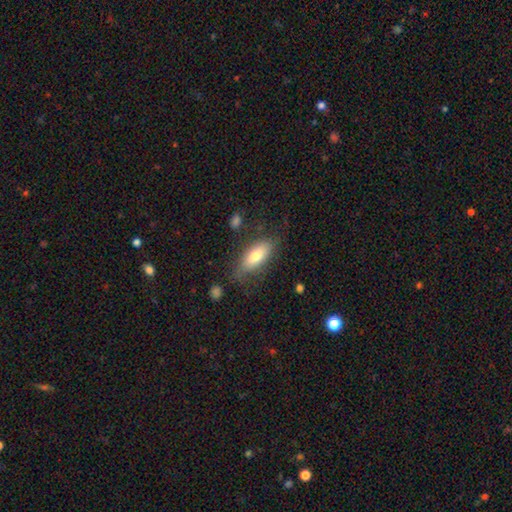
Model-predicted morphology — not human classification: Smooth or featured? smooth (71%)
How rounded? in between (75%)
Merging? none (70%)